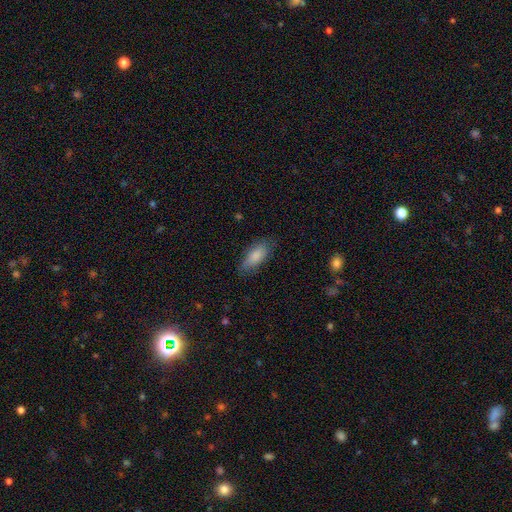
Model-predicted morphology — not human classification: type=smooth (84%); roundness=in between (82%); merging=none (78%).